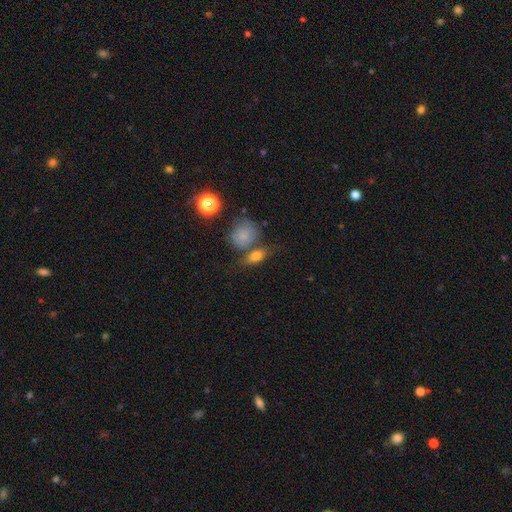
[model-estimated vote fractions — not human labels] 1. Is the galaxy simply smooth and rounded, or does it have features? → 70% smooth, 20% featured or disk, 11% star or artifact.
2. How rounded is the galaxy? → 64% in between, 26% round, 10% cigar-shaped.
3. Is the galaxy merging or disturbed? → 55% none, 23% merger, 16% minor disturbance, 7% major disturbance.